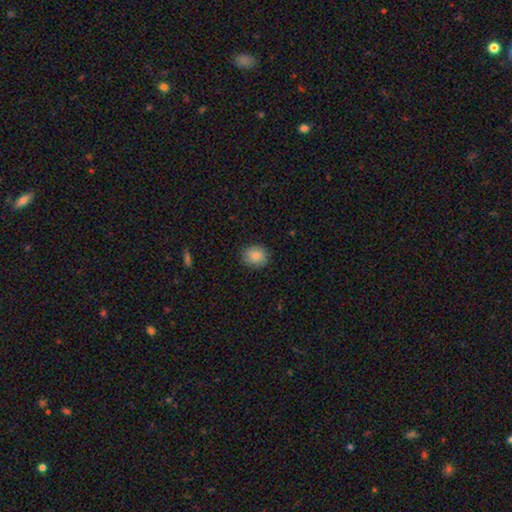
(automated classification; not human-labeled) Morphology: type=smooth (84%); roundness=round (74%); merging=none (86%).